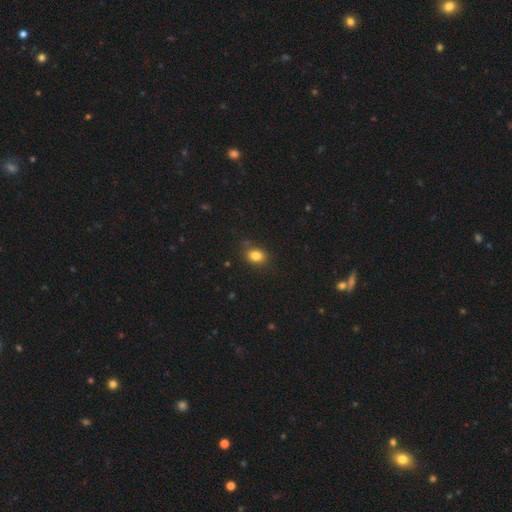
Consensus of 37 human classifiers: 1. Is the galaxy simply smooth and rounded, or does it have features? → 84% smooth, 14% featured or disk, 3% star or artifact.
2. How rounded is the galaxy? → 58% in between, 42% round, 0% cigar-shaped.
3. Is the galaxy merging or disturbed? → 78% none, 17% minor disturbance, 6% major disturbance, 0% merger.